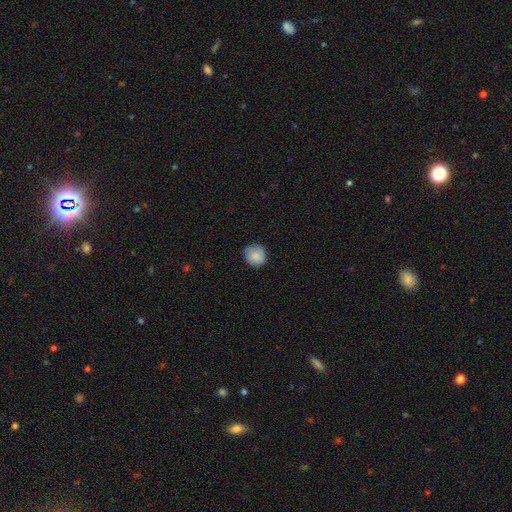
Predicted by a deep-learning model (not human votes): The model was most divided on "merging": none: 83%, minor disturbance: 14%, major disturbance: 2%, merger: 1%. More confident: how rounded — round (92%); smooth or featured — smooth (85%).